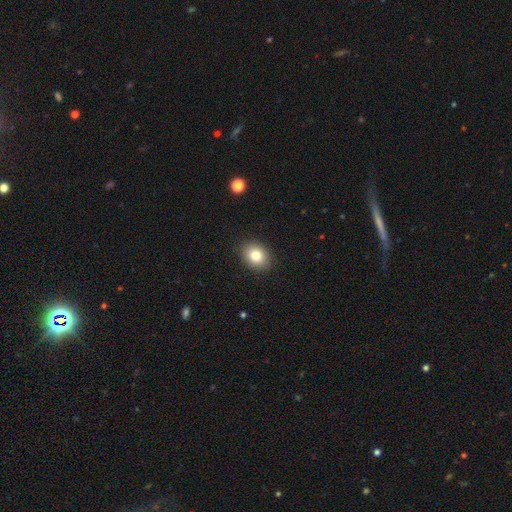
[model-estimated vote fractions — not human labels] This appears to be a smooth galaxy with no disk features (82%) that is in between round and cigar-shaped (58%). Merging: none (89%).